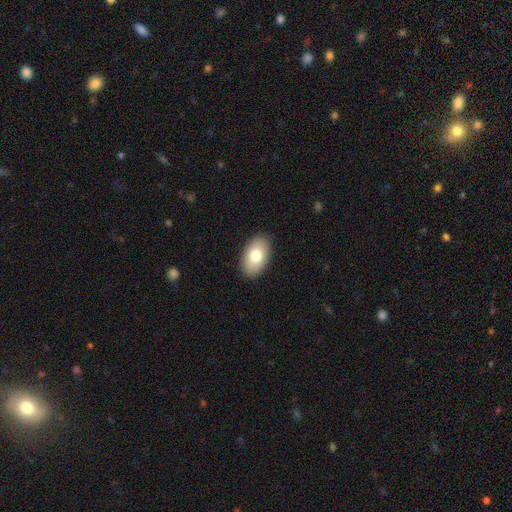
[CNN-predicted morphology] Overall: smooth (78%). How rounded: in between (92%). Merging: none (89%).